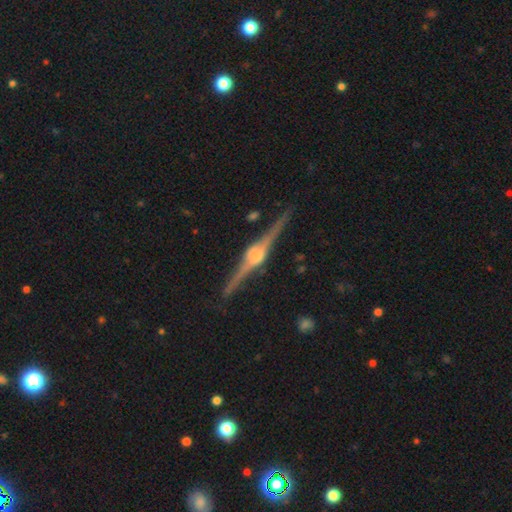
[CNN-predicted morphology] The model was most divided on "edge-on bulge": rounded: 87%, boxy: 11%, none: 2%. More confident: edge-on disk — yes (98%); smooth or featured — featured or disk (90%); merging — none (89%).